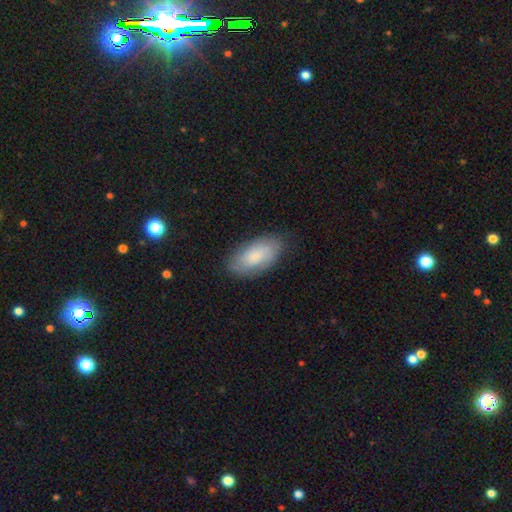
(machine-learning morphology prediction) This appears to be a smooth galaxy with no disk features (77%) that is in between round and cigar-shaped (92%). Merging: none (78%).